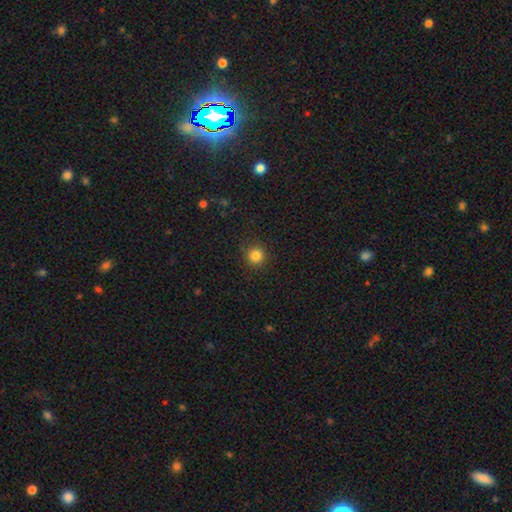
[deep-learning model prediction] smooth 83%, star or artifact 12%, featured or disk 4%. Down the decision tree: how rounded — round (94%); merging — none (89%).